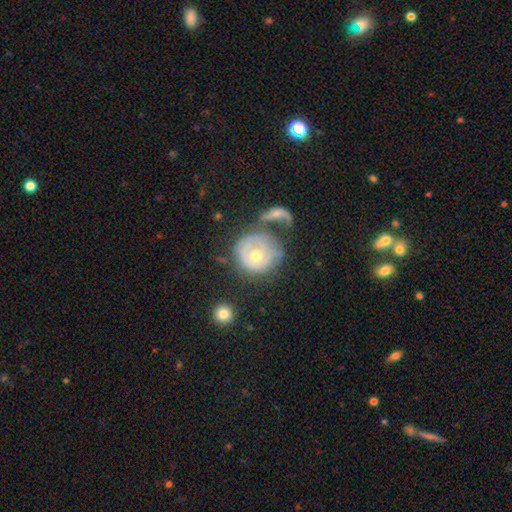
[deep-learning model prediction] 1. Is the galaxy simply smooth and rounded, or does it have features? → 52% featured or disk, 41% smooth, 7% star or artifact.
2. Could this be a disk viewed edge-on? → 96% no, 4% yes.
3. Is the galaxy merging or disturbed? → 36% none, 23% merger, 23% major disturbance, 19% minor disturbance.